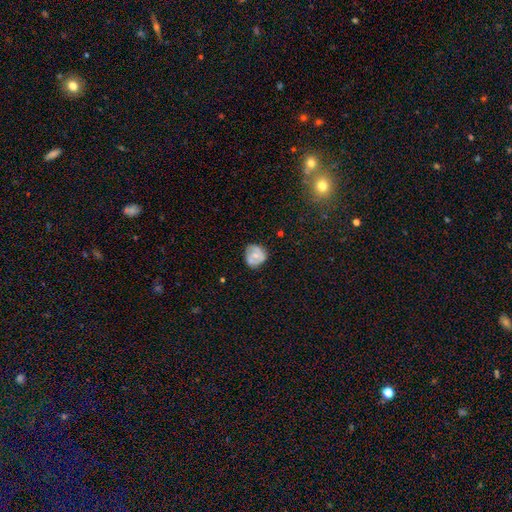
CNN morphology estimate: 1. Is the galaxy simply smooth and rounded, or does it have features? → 50% smooth, 42% featured or disk, 8% star or artifact.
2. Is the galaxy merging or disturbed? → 63% none, 28% minor disturbance, 7% major disturbance, 2% merger.